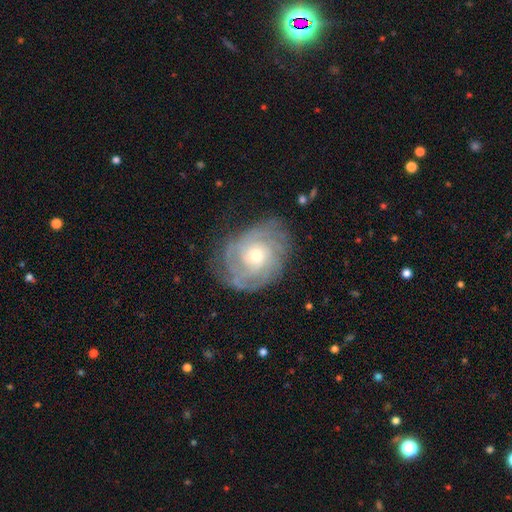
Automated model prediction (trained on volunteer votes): Morphology: type=featured or disk (81%); edge-on=no (97%); bar=no (79%); spiral arms=yes (93%); winding=tight (71%); arm count=can't tell (42%); bulge=moderate (55%); merging=none (74%).